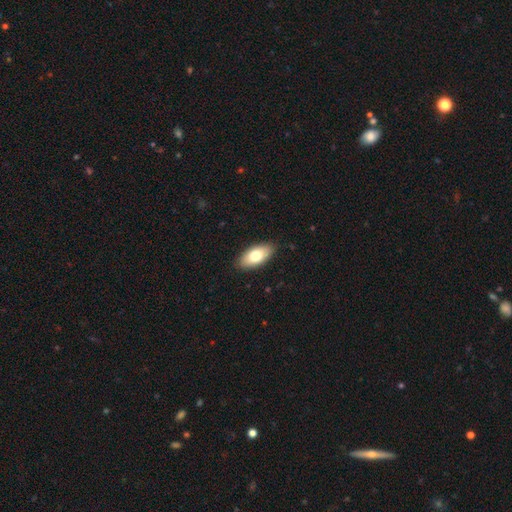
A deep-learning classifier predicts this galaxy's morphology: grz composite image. It shows a smooth galaxy with no disk features (75%) that is in between round and cigar-shaped (91%). Merging: none (88%).